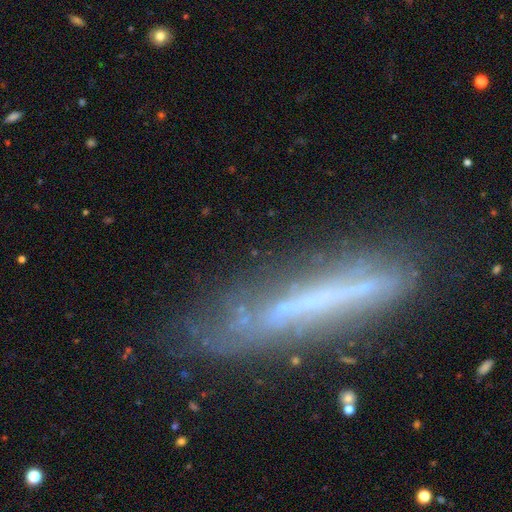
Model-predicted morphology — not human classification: smooth_or_featured: featured or disk (p=0.63) [alt: smooth p=0.25]
disk_edge_on: yes (p=0.76) [alt: no p=0.24]
merging: none (p=0.65) [alt: minor disturbance p=0.21]